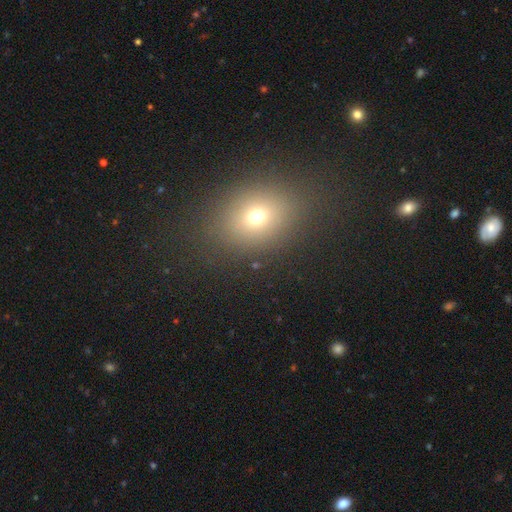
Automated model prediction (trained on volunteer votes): Smooth or featured: smooth — 65% (star or artifact — 22%)
How rounded: in between — 58% (round — 41%)
Merging: none — 86% (minor disturbance — 8%)